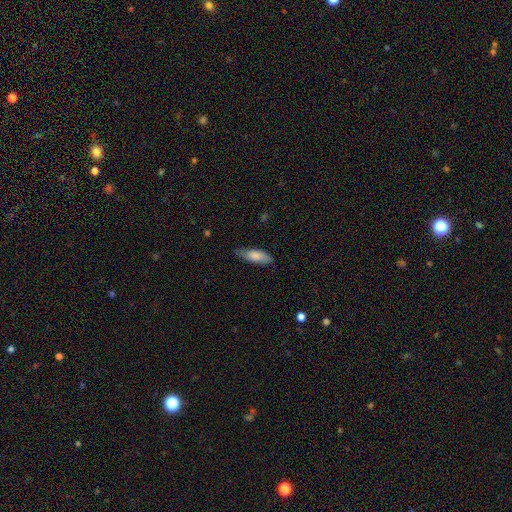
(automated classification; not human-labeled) Q: Smooth or featured?
A: smooth (81%); runner-up: featured or disk (13%)
Q: How rounded?
A: in between (63%); runner-up: cigar-shaped (36%)
Q: Merging?
A: none (71%); runner-up: minor disturbance (23%)